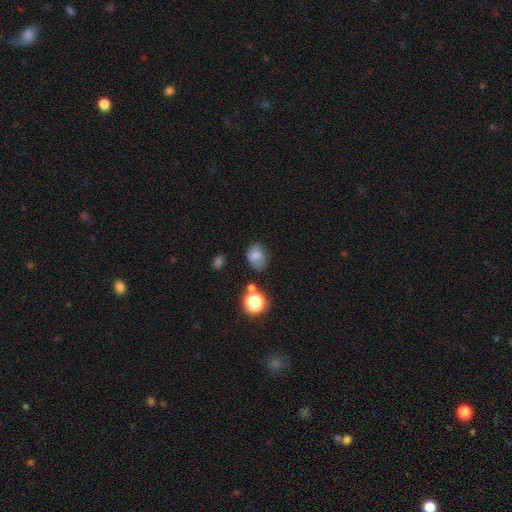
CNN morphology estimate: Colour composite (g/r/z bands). It shows a smooth galaxy with no disk features (76%) that is in between round and cigar-shaped (61%). Merging: none (60%).